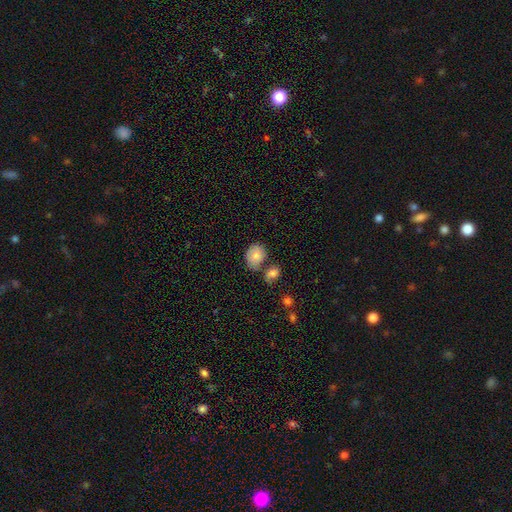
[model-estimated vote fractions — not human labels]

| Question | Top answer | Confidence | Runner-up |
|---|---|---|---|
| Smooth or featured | smooth | 79% | featured or disk (13%) |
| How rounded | in between | 56% | round (43%) |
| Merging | none | 54% | merger (23%) |